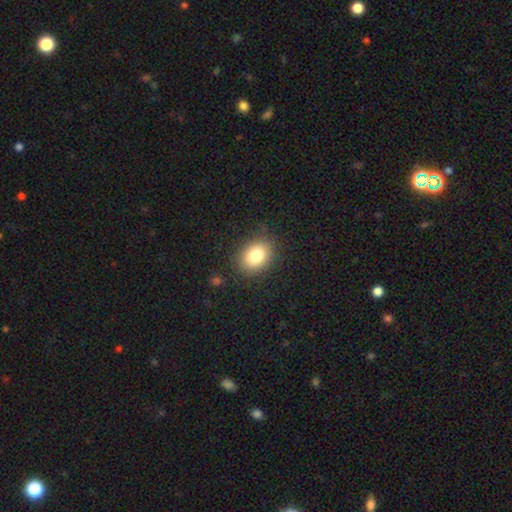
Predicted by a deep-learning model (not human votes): A smooth galaxy with no disk features (81%) that is in between round and cigar-shaped (56%). Merging: none (84%).